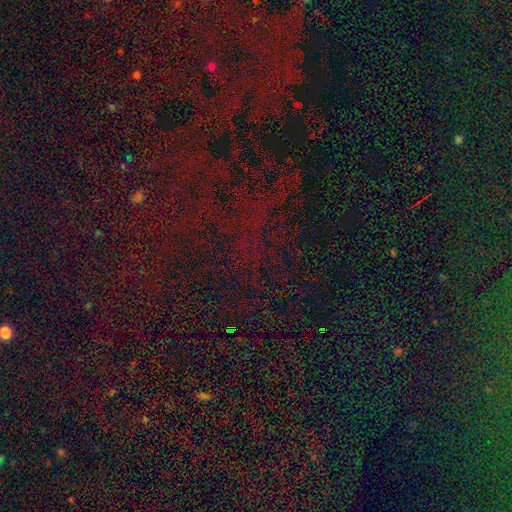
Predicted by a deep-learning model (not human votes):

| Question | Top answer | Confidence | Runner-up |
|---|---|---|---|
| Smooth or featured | star or artifact | 81% | smooth (11%) |